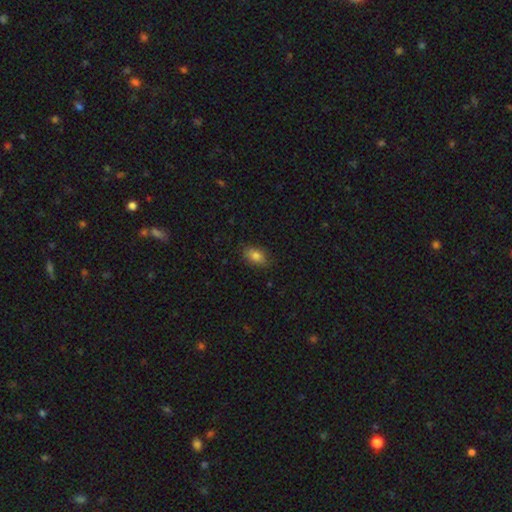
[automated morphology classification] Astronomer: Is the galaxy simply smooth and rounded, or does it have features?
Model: smooth — 81%.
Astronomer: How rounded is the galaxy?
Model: in between — 86%.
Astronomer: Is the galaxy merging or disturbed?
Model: none — 83%.